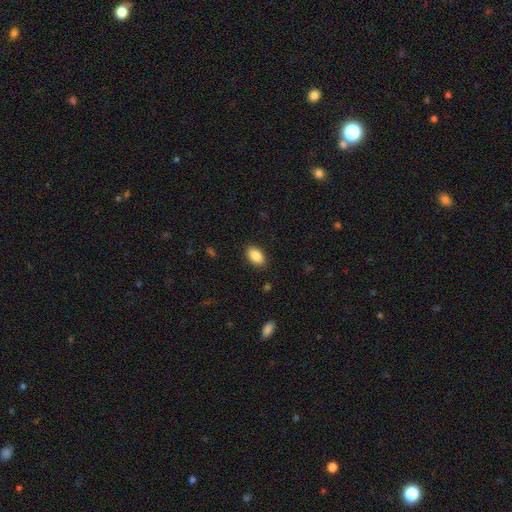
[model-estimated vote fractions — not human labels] smooth-or-featured: smooth: 88% | star or artifact: 7% | featured or disk: 5%
  how-rounded: in between: 92% | round: 6% | cigar-shaped: 2%
  merging: none: 88% | minor disturbance: 9% | major disturbance: 2% | merger: 1%